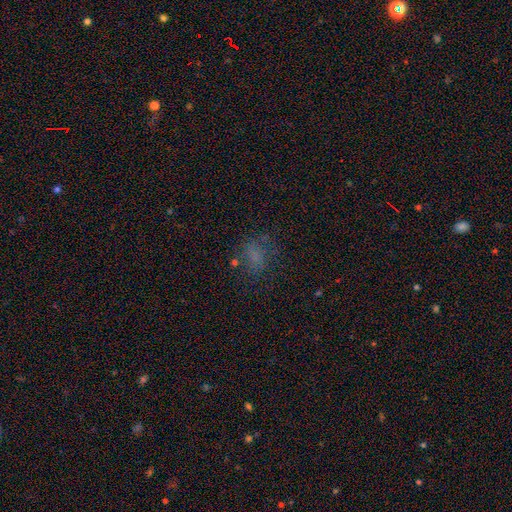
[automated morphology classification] smooth-or-featured: smooth: 59% | star or artifact: 24% | featured or disk: 16%
  how-rounded: in between: 58% | round: 39% | cigar-shaped: 3%
  merging: none: 59% | minor disturbance: 20% | major disturbance: 17% | merger: 4%